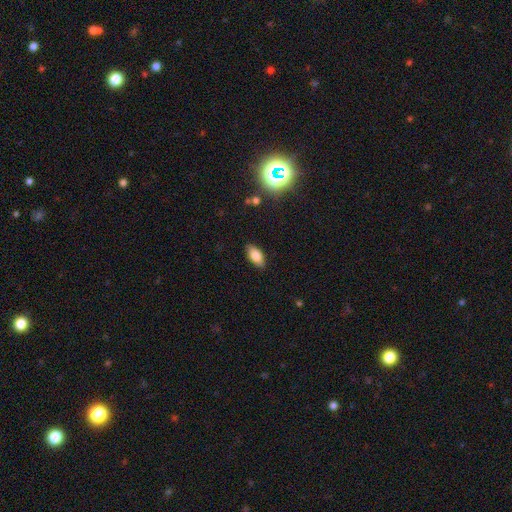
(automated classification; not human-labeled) This appears to be a smooth galaxy with no disk features (81%) that is in between round and cigar-shaped (89%). Merging: none (87%).